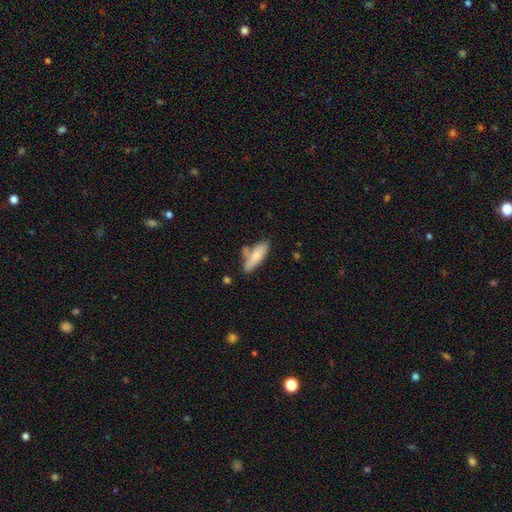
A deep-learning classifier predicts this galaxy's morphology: smooth_or_featured: smooth (p=0.75) [alt: featured or disk p=0.19]
how_rounded: in between (p=0.51) [alt: cigar-shaped p=0.46]
merging: none (p=0.57) [alt: minor disturbance p=0.20]